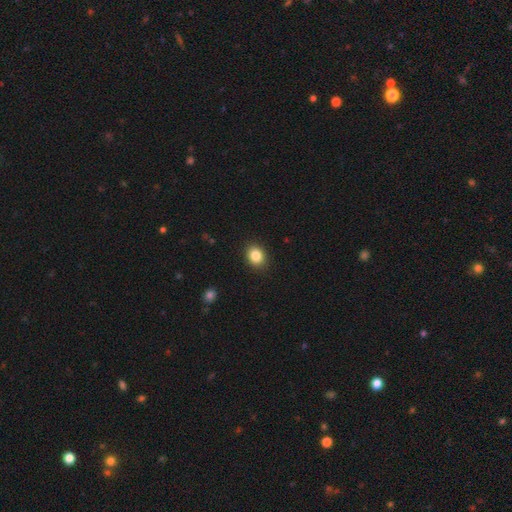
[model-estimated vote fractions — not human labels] Smooth or featured?
  - smooth: 85% *
  - star or artifact: 9%
  - featured or disk: 5%
How rounded?
  - in between: 50% *
  - round: 49%
  - cigar-shaped: 1%
Merging?
  - none: 89% *
  - minor disturbance: 8%
  - major disturbance: 2%
  - merger: 1%